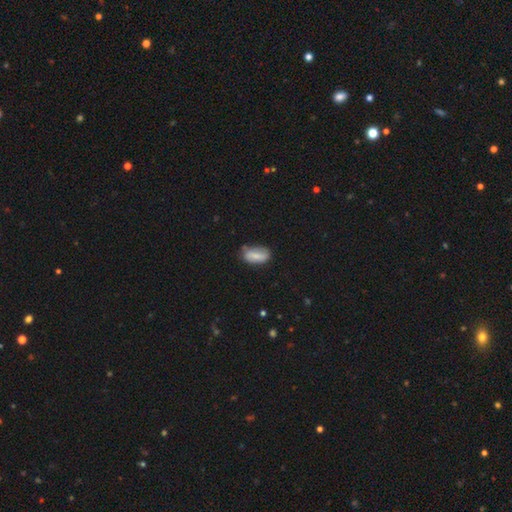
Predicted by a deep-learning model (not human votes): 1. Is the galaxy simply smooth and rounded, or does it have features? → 74% smooth, 19% featured or disk, 7% star or artifact.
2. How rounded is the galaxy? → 89% in between, 7% cigar-shaped, 4% round.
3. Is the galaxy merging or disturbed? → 62% none, 29% minor disturbance, 6% major disturbance, 3% merger.